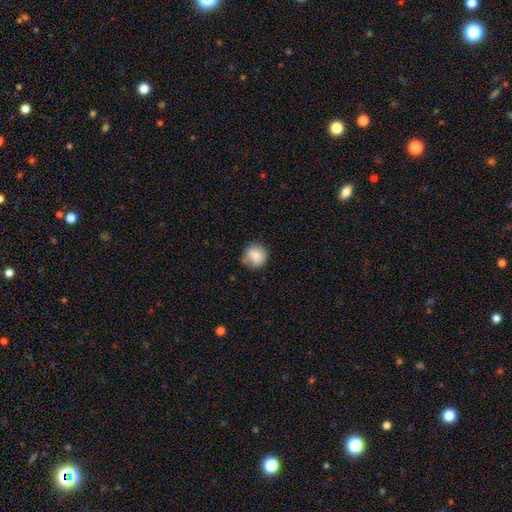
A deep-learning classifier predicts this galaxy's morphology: type=smooth (85%); roundness=round (90%); merging=none (78%).